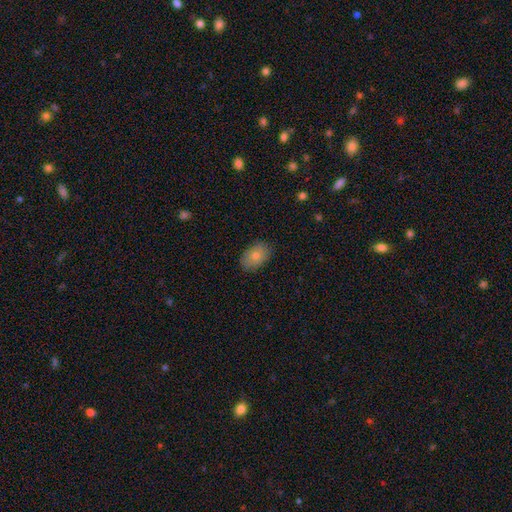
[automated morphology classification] type=smooth (77%); roundness=in between (88%); merging=none (84%).